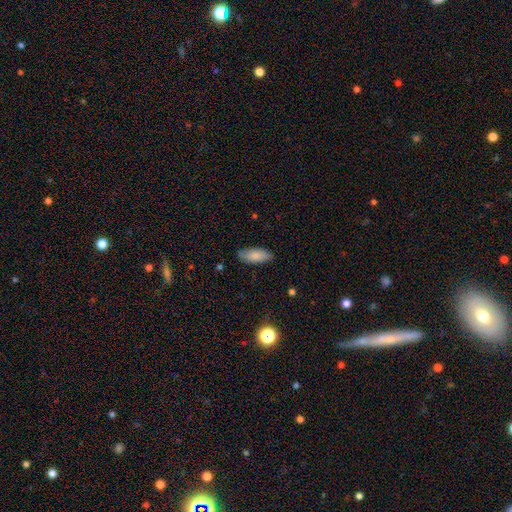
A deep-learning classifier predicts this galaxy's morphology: A smooth galaxy with no disk features (83%) that is in between round and cigar-shaped (80%). Merging: none (82%).